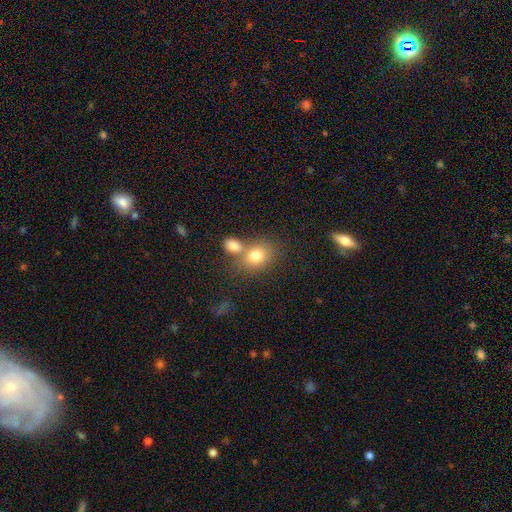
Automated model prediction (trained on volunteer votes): A smooth galaxy with no disk features (79%) that is in between round and cigar-shaped (51%).

Vote fractions:
- Smooth or featured? smooth: 79% / featured or disk: 11% / star or artifact: 10%
- How rounded? in between: 51% / round: 48% / cigar-shaped: 1%
- Merging? none: 43% / merger: 42% / minor disturbance: 10% / major disturbance: 5%